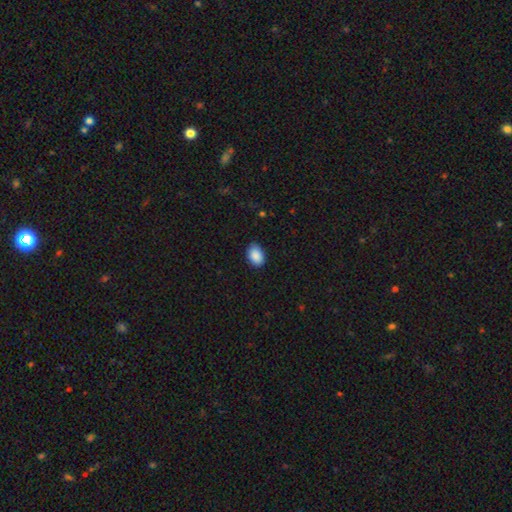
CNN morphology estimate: type=smooth (90%); roundness=in between (86%); merging=none (85%).